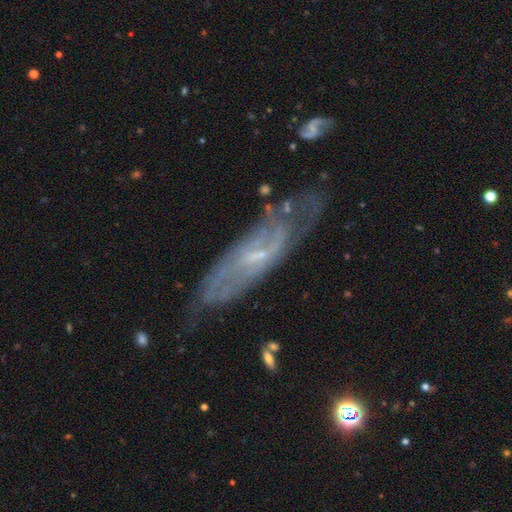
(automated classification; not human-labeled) Overall: featured or disk (74%). Edge-on disk: no (75%). Bar: weak (48%; no 37%). Spiral arms: yes (78%). Bulge size: small (69%). Merging: none (67%).